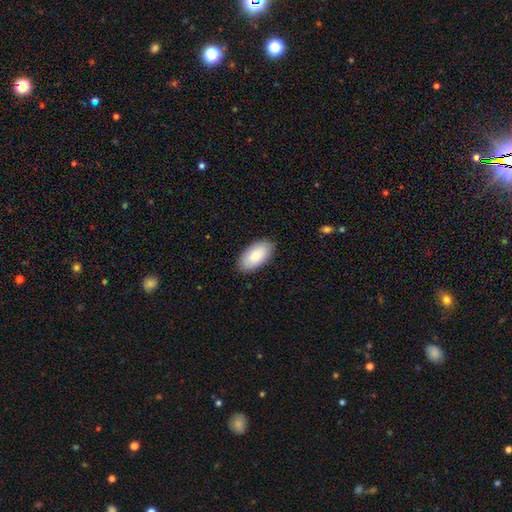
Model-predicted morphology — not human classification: smooth_or_featured: smooth (p=0.85) [alt: featured or disk p=0.10]
how_rounded: in between (p=0.96) [alt: cigar-shaped p=0.02]
merging: none (p=0.88) [alt: minor disturbance p=0.09]